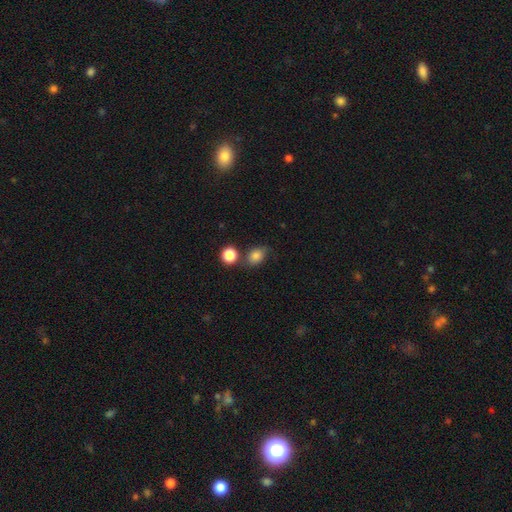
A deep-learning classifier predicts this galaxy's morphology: Smooth or featured: smooth — 82% (star or artifact — 11%)
How rounded: in between — 51% (round — 47%)
Merging: none — 60% (minor disturbance — 20%)